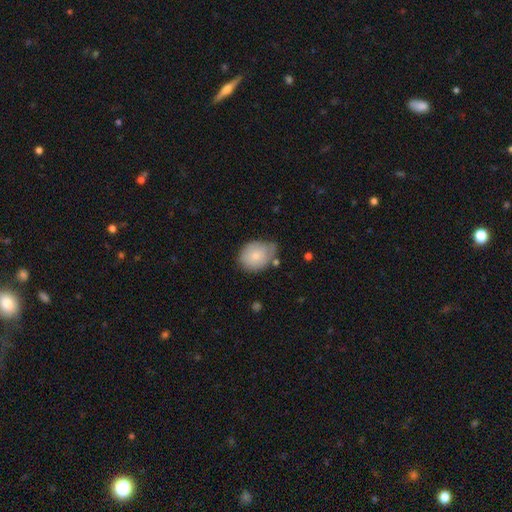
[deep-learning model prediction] A smooth galaxy with no disk features (75%) that is round (50%). Merging: none (48%).